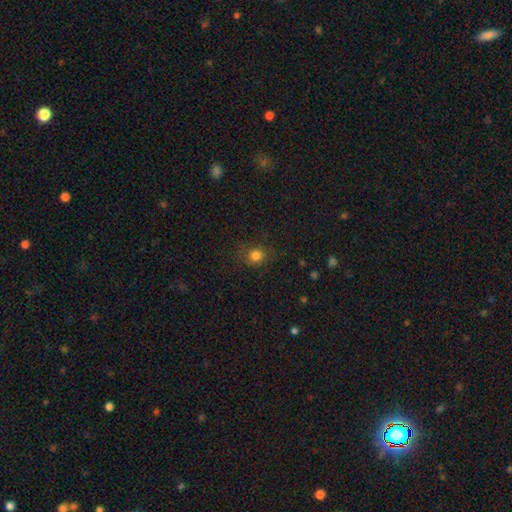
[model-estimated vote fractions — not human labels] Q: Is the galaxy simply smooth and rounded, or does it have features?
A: smooth — 80%.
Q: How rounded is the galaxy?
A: round — 76%.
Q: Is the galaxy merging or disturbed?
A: none — 78%.